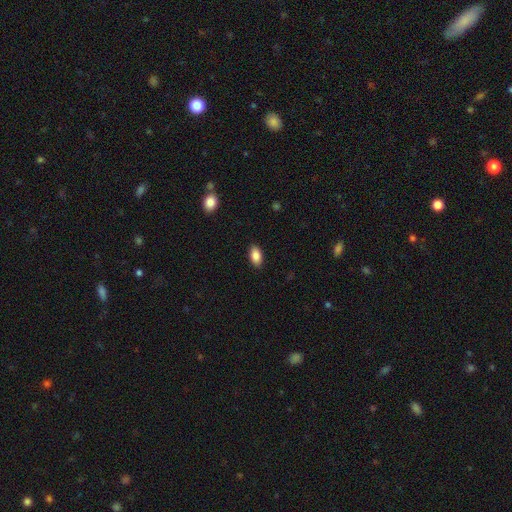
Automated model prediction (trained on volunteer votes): Overall: smooth (86%). How rounded: in between (92%). Merging: none (89%).